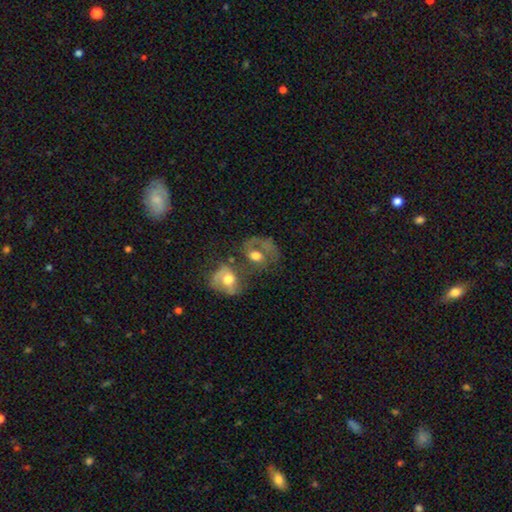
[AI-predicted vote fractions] Smooth or featured? Predicted: featured or disk (p=0.50). Edge-on disk? Predicted: no (p=0.97). Merging? Predicted: merger (p=0.47).